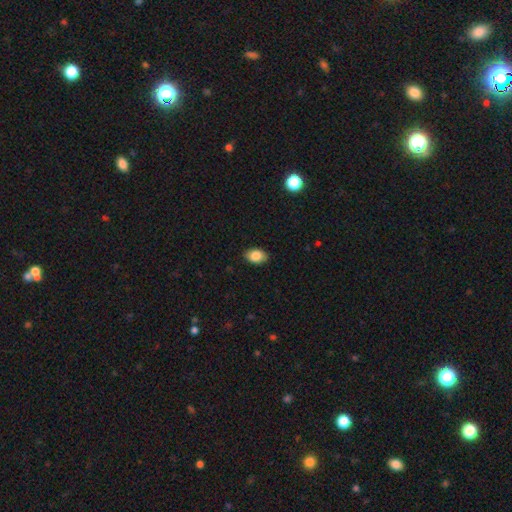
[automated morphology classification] This is clearly a smooth galaxy (86%). How rounded: clearly in between (87%). Merging: clearly none (87%).